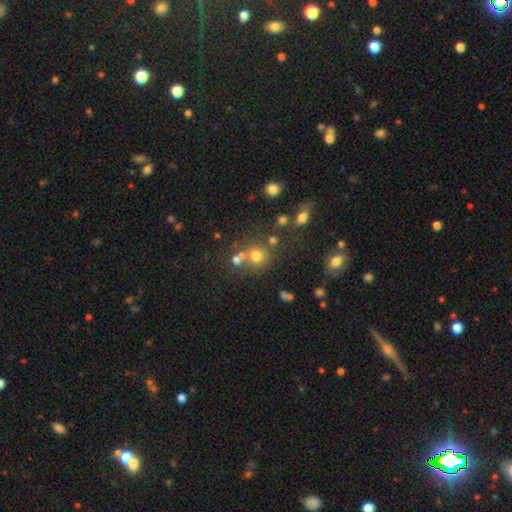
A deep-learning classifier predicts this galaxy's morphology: smooth_or_featured: smooth (p=0.68) [alt: star or artifact p=0.20]
how_rounded: round (p=0.84) [alt: in between p=0.15]
merging: none (p=0.59) [alt: merger p=0.24]